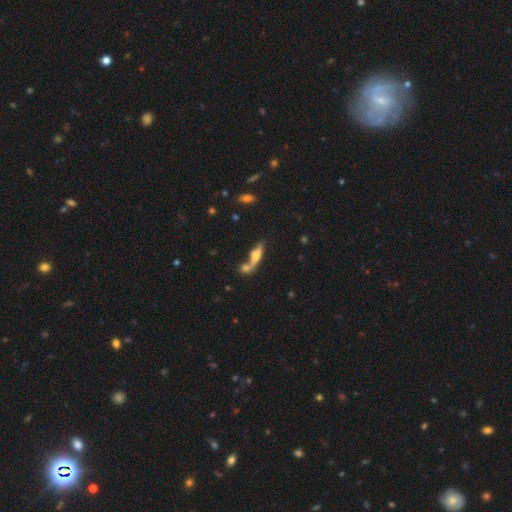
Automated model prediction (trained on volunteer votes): Smooth or featured: smooth — 52% (featured or disk — 39%)
How rounded: cigar-shaped — 61% (in between — 35%)
Merging: merger — 44% (none — 39%)